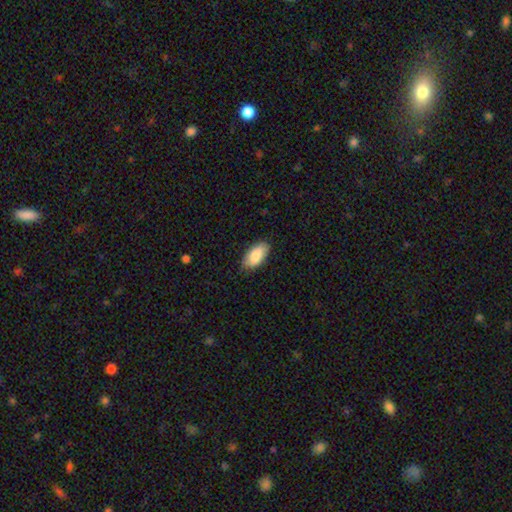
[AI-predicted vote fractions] This appears to be a smooth galaxy with no disk features (85%) that is in between round and cigar-shaped (93%). Merging: none (81%).